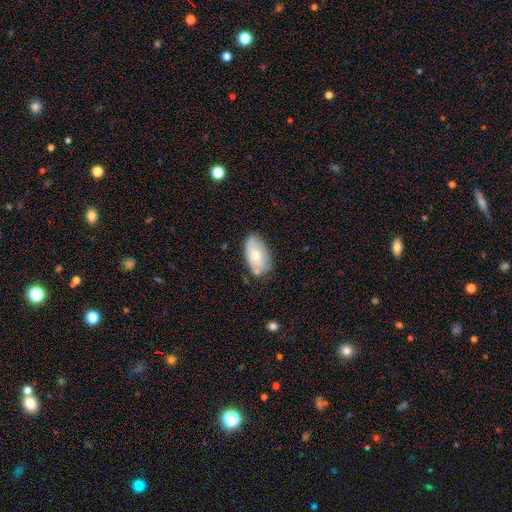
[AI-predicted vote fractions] smooth 67%, featured or disk 27%, star or artifact 7%. Down the decision tree: how rounded — in between (94%); merging — none (67%).